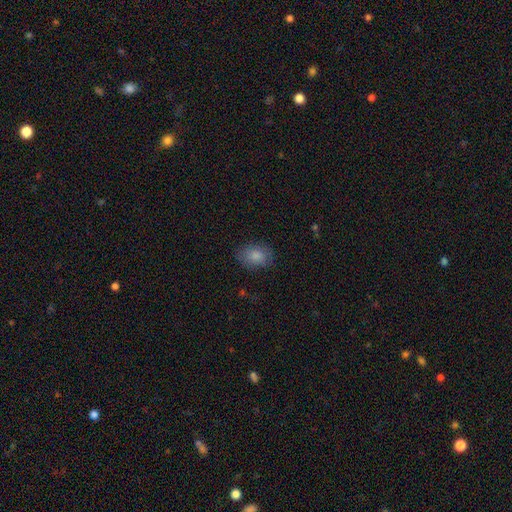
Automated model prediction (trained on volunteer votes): Smooth or featured: smooth — 85% (star or artifact — 8%)
How rounded: in between — 76% (round — 23%)
Merging: none — 80% (minor disturbance — 15%)